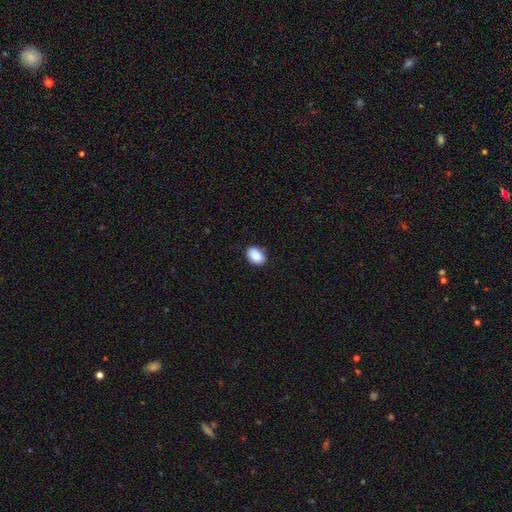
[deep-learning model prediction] This appears to be a smooth galaxy with no disk features (89%) that is in between round and cigar-shaped (89%). Merging: none (85%).